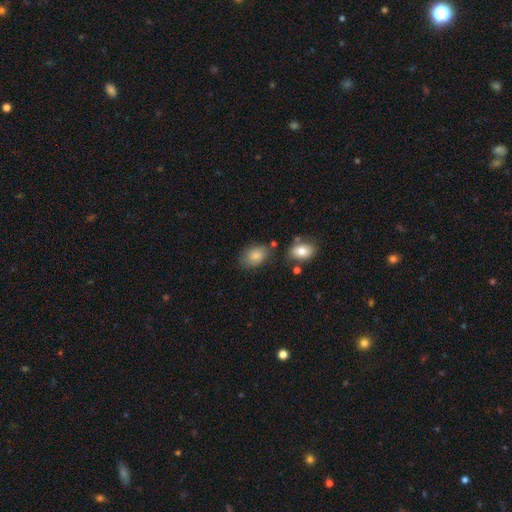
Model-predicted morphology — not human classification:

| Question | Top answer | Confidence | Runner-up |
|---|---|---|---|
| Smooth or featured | smooth | 84% | featured or disk (8%) |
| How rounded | in between | 82% | round (17%) |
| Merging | none | 68% | minor disturbance (20%) |